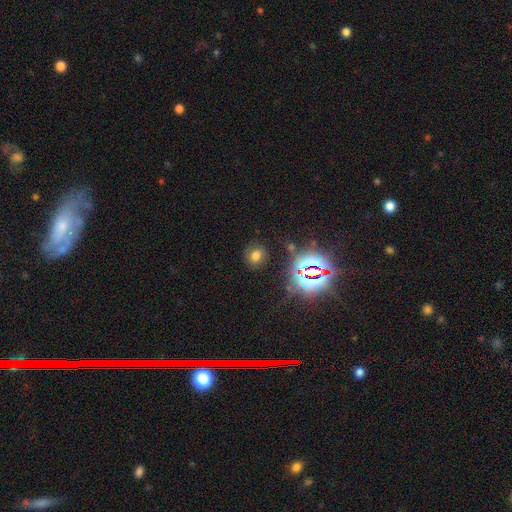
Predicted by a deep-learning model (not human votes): Smooth or featured? Predicted: smooth (p=0.61). How rounded? Predicted: round (p=0.66). Merging? Predicted: none (p=0.80).